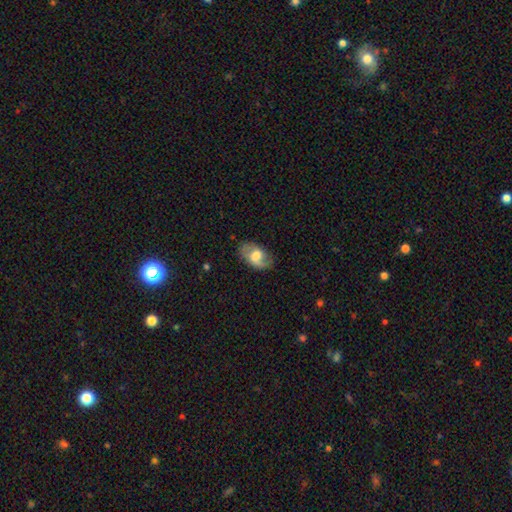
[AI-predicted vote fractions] smooth_or_featured: featured or disk (p=0.57) [alt: smooth p=0.36]
disk_edge_on: no (p=0.94) [alt: yes p=0.06]
bar: weak (p=0.45) [alt: no p=0.43]
has_spiral_arms: yes (p=0.78) [alt: no p=0.22]
bulge_size: moderate (p=0.56) [alt: large p=0.26]
merging: none (p=0.76) [alt: minor disturbance p=0.17]